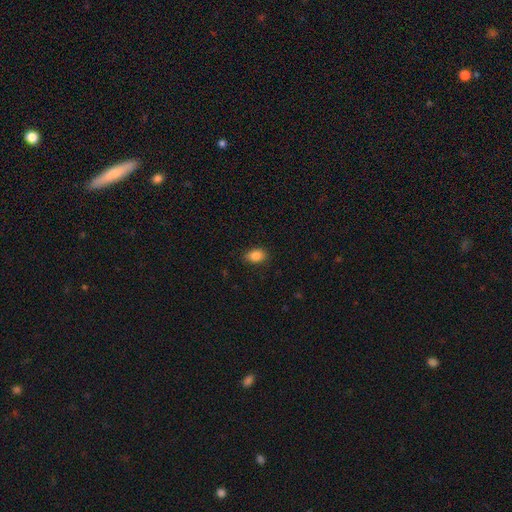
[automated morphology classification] smooth 86%, star or artifact 9%, featured or disk 5%. Down the decision tree: how rounded — in between (80%); merging — none (85%).